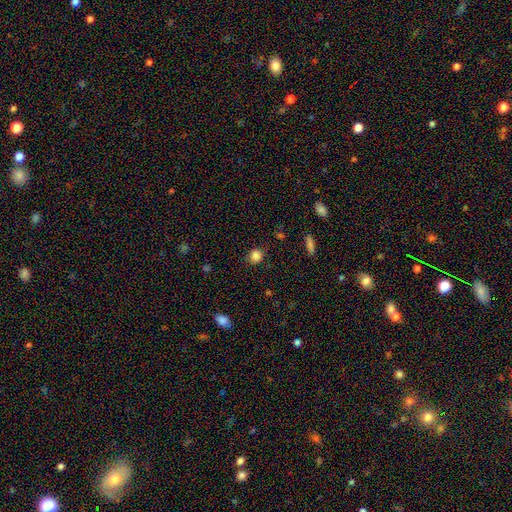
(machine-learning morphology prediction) This appears to be a smooth galaxy with no disk features (85%) that is round (81%). Merging: none (85%).